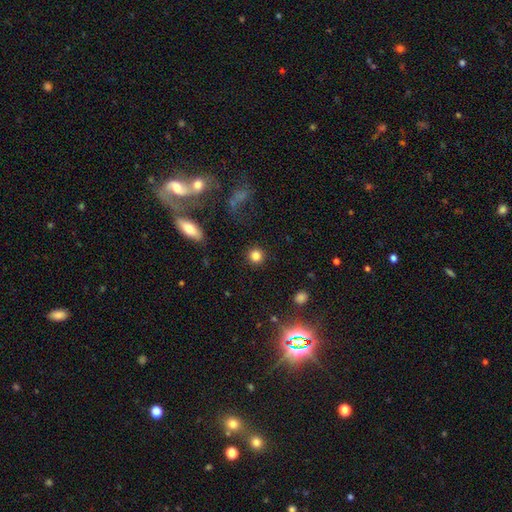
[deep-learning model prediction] smooth-or-featured: smooth: 84% | star or artifact: 11% | featured or disk: 5%
  how-rounded: round: 94% | in between: 5% | cigar-shaped: 1%
  merging: none: 91% | minor disturbance: 5% | major disturbance: 3% | merger: 2%